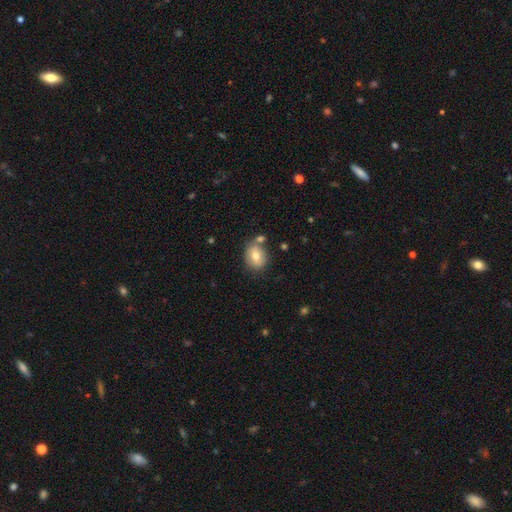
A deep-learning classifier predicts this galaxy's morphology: The model was most divided on "how rounded": round: 51%, in between: 48%, cigar-shaped: 1%. More confident: smooth or featured — smooth (73%); merging — none (67%).